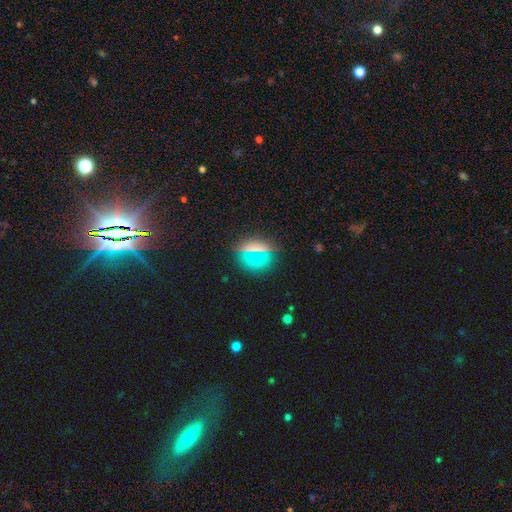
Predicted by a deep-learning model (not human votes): Smooth or featured: smooth — 70% (star or artifact — 20%)
How rounded: round — 78% (in between — 19%)
Merging: none — 83% (minor disturbance — 11%)